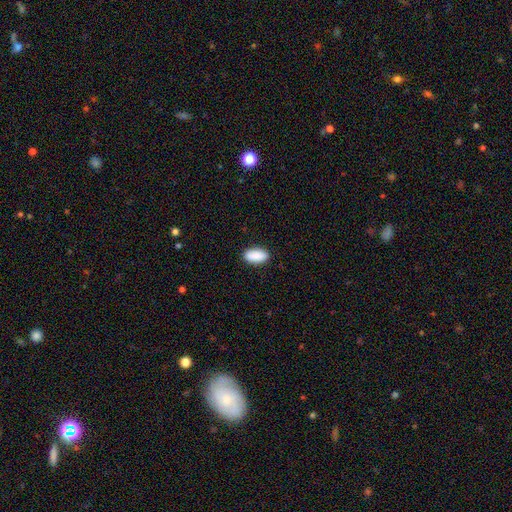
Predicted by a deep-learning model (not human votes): A smooth galaxy with no disk features (91%) that is in between round and cigar-shaped (94%).

Vote fractions:
- Smooth or featured? smooth: 91% / star or artifact: 6% / featured or disk: 3%
- How rounded? in between: 94% / cigar-shaped: 4% / round: 3%
- Merging? none: 89% / minor disturbance: 8% / major disturbance: 2% / merger: 1%